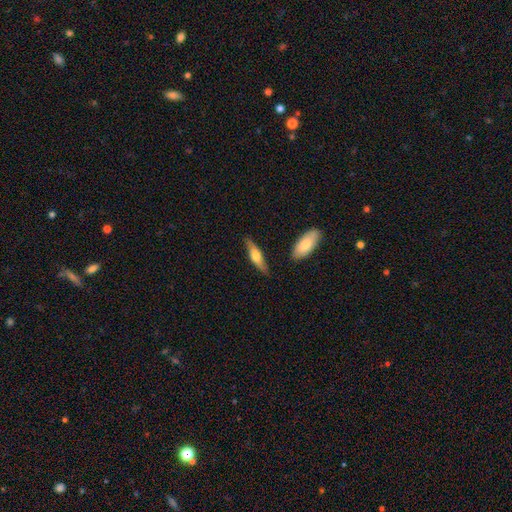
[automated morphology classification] Overall: smooth (53%; featured or disk 42%). How rounded: cigar-shaped (64%; in between 34%). Merging: none (81%).